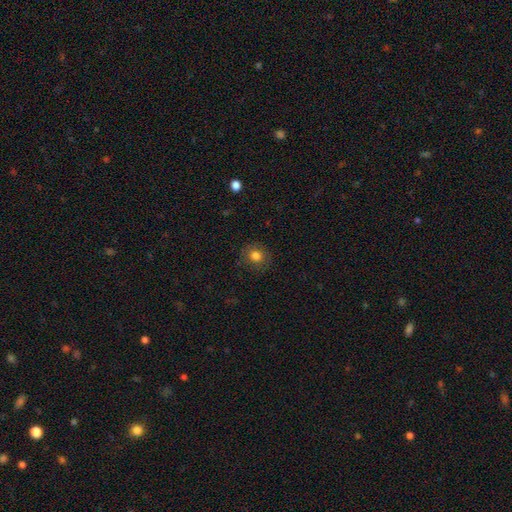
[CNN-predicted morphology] Overall: smooth (80%). How rounded: round (81%). Merging: none (83%).